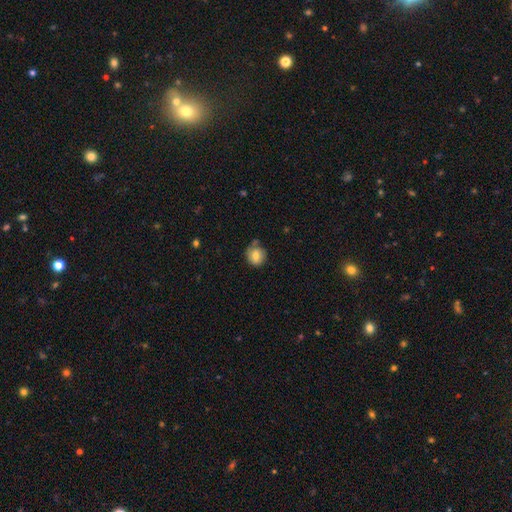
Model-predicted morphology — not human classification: smooth 77%, featured or disk 15%, star or artifact 9%. Down the decision tree: how rounded — round (89%); merging — none (68%).